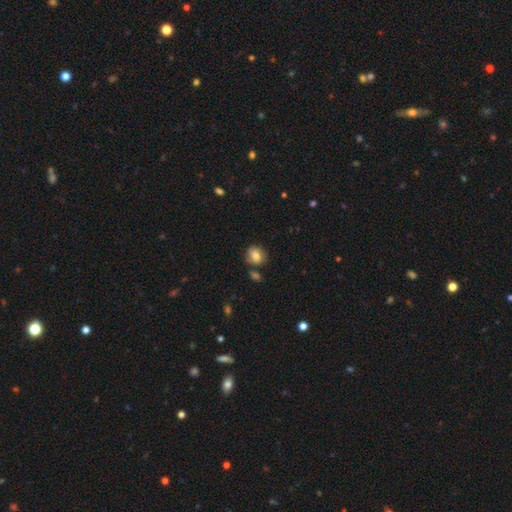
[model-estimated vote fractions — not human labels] Smooth or featured: smooth — 72% (featured or disk — 18%)
How rounded: round — 60% (in between — 39%)
Merging: none — 68% (minor disturbance — 18%)